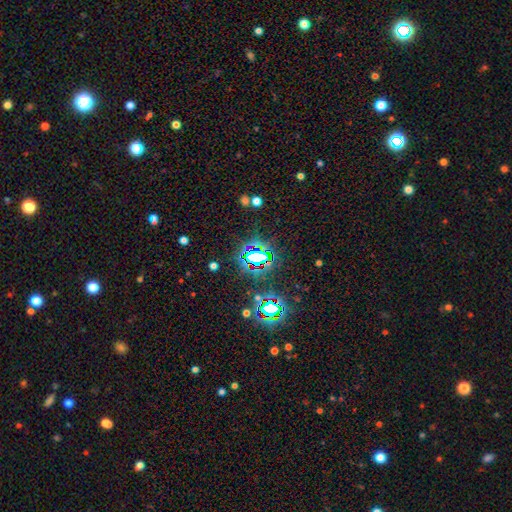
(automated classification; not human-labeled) Smooth or featured?
  - star or artifact: 73% *
  - smooth: 18%
  - featured or disk: 10%